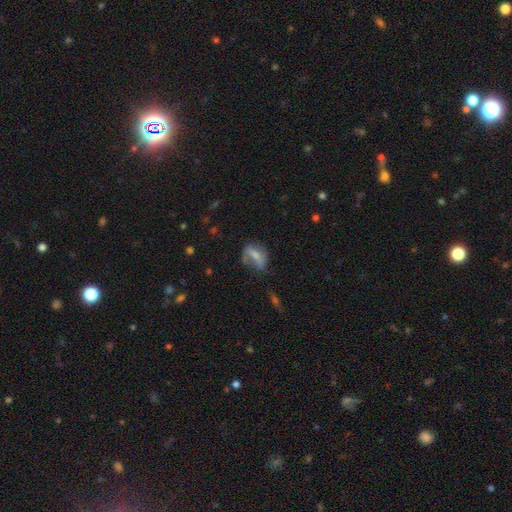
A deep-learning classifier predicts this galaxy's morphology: Smooth or featured: smooth — 51% (featured or disk — 40%)
How rounded: in between — 69% (round — 21%)
Merging: none — 43% (minor disturbance — 29%)